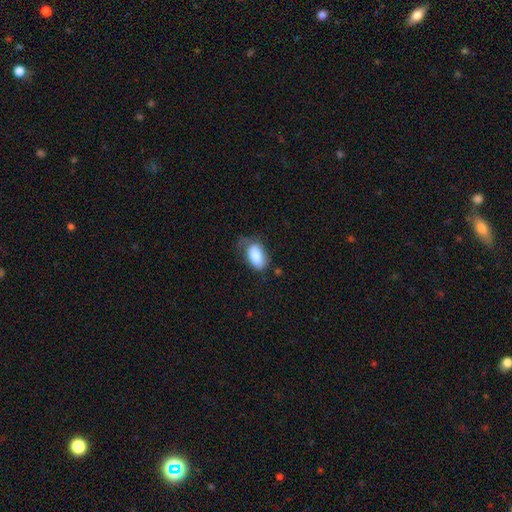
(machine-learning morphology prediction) Smooth or featured? smooth (81%)
How rounded? in between (92%)
Merging? none (47%)